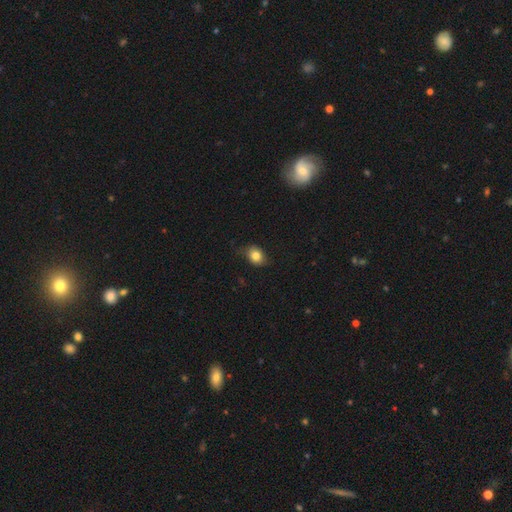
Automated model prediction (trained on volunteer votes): A smooth galaxy with no disk features (82%) that is in between round and cigar-shaped (58%). Merging: none (73%).